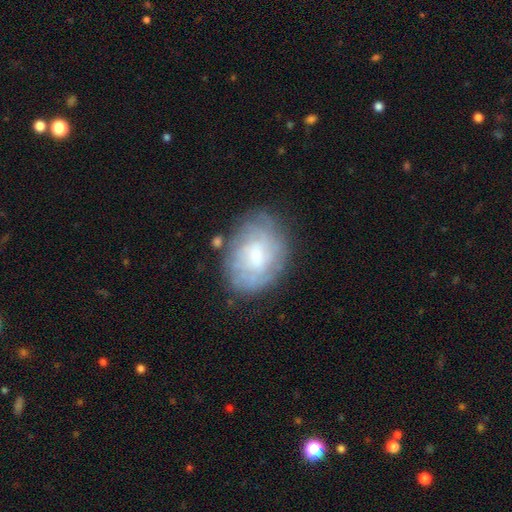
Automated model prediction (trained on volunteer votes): A featured or disk galaxy (59%) with no bar (61%), spiral arms (75%) and a small central bulge (52%).

Vote fractions:
- Smooth or featured? featured or disk: 59% / smooth: 33% / star or artifact: 8%
- Edge-on disk? no: 96% / yes: 4%
- Bar? no: 61% / weak: 34% / strong: 5%
- Spiral arms? yes: 75% / no: 25%
- Bulge size? small: 52% / moderate: 37% / none: 6% / large: 4% / dominant: 1%
- Merging? none: 73% / minor disturbance: 18% / major disturbance: 7% / merger: 3%